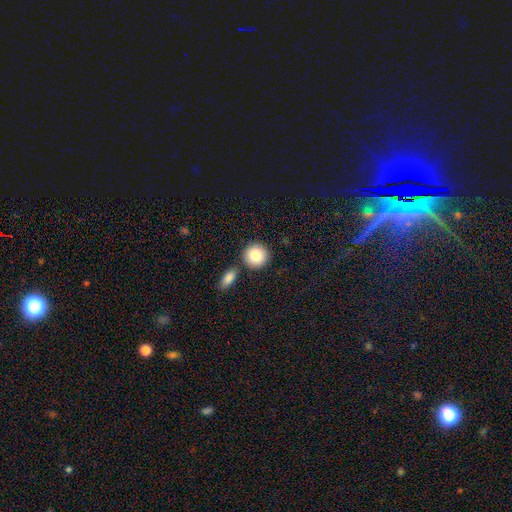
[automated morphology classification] Smooth or featured?
  - smooth: 83% *
  - featured or disk: 9%
  - star or artifact: 8%
How rounded?
  - round: 90% *
  - in between: 9%
  - cigar-shaped: 1%
Merging?
  - none: 77% *
  - merger: 12%
  - minor disturbance: 8%
  - major disturbance: 2%